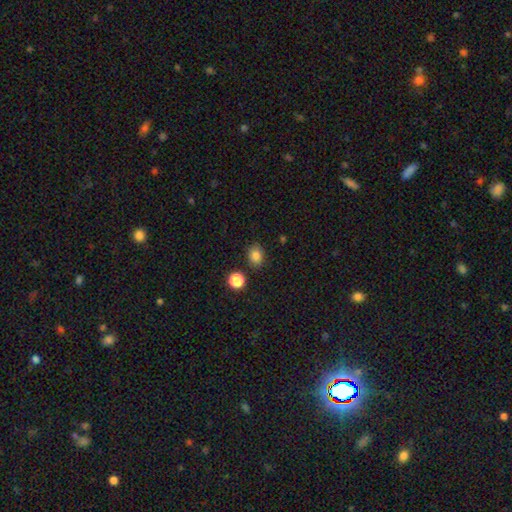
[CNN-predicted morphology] type=smooth (84%); roundness=in between (52%); merging=none (84%).